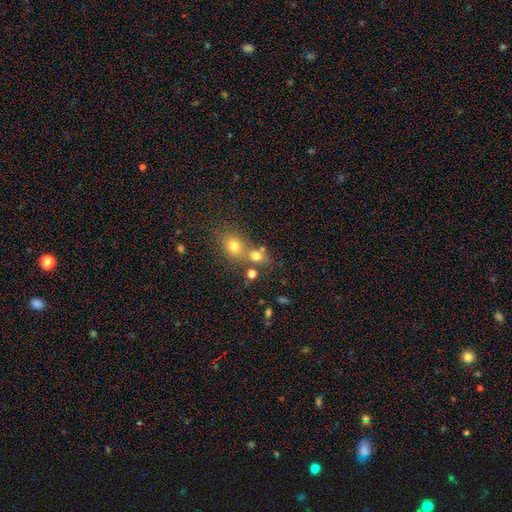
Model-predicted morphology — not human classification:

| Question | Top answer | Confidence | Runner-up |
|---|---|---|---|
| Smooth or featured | smooth | 71% | star or artifact (16%) |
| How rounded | round | 68% | in between (31%) |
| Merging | merger | 46% | none (41%) |